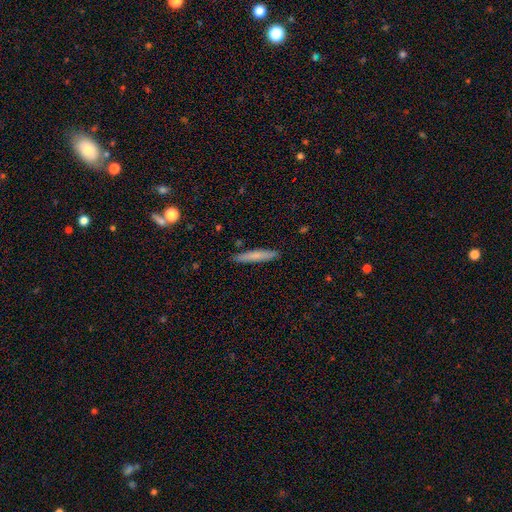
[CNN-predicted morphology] smooth 73%, featured or disk 20%, star or artifact 6%. Down the decision tree: how rounded — cigar-shaped (94%); merging — none (89%).